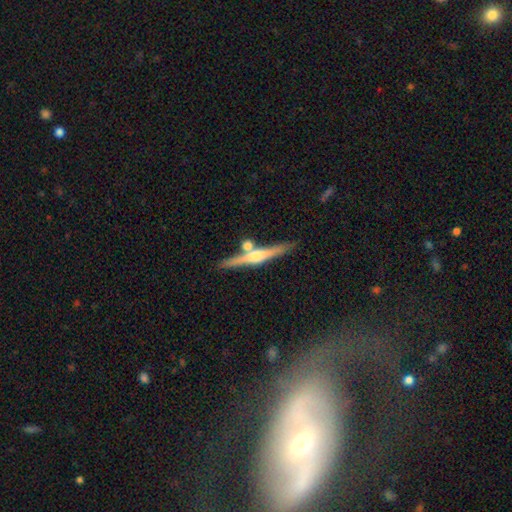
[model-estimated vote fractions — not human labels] Smooth or featured: featured or disk — 72% (smooth — 22%)
Edge-on disk: yes — 97% (no — 3%)
Edge-on bulge: rounded — 86% (none — 7%)
Merging: none — 74% (merger — 14%)